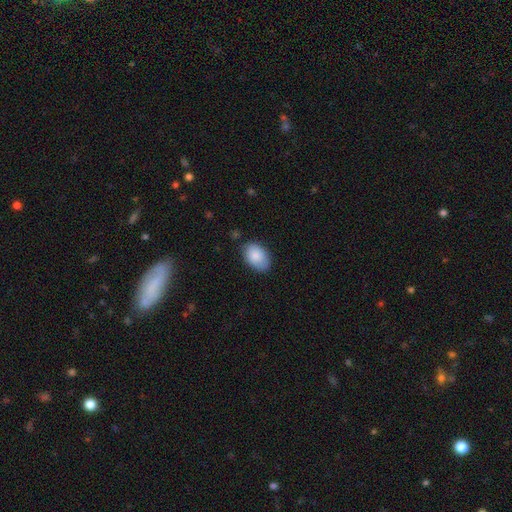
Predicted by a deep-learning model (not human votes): Smooth or featured?
  - smooth: 87% *
  - featured or disk: 7%
  - star or artifact: 6%
How rounded?
  - in between: 89% *
  - round: 10%
  - cigar-shaped: 1%
Merging?
  - none: 77% *
  - minor disturbance: 18%
  - major disturbance: 3%
  - merger: 2%